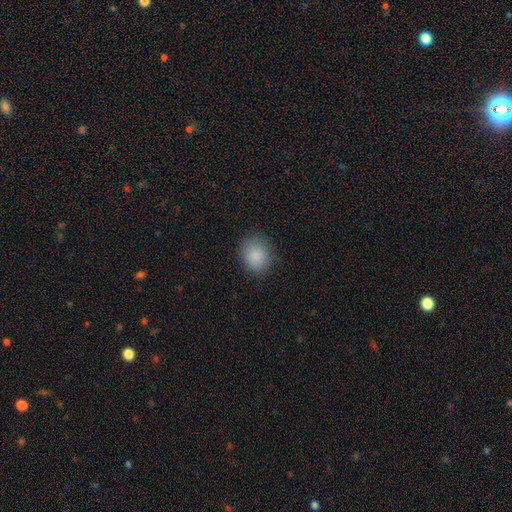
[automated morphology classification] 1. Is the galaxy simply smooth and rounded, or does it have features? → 87% smooth, 8% star or artifact, 4% featured or disk.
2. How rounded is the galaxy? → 57% round, 42% in between, 1% cigar-shaped.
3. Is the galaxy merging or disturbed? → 83% none, 12% minor disturbance, 4% major disturbance, 1% merger.